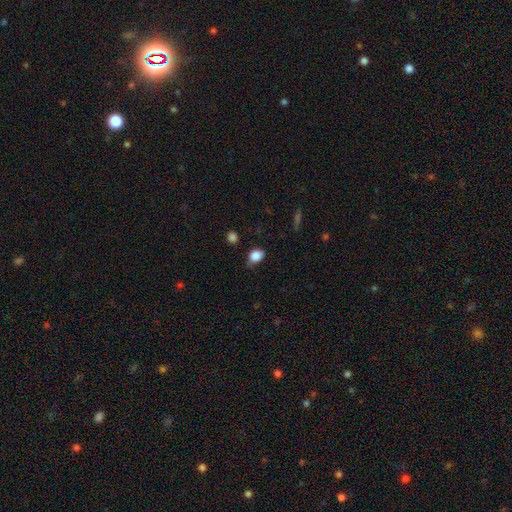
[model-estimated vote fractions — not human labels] Smooth or featured: smooth — 86% (star or artifact — 9%)
How rounded: in between — 63% (round — 36%)
Merging: none — 64% (minor disturbance — 28%)